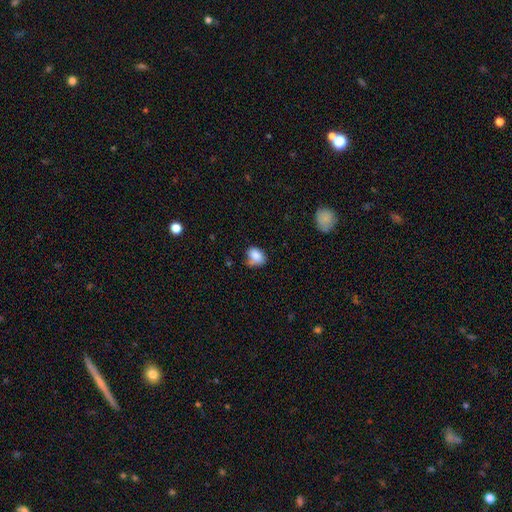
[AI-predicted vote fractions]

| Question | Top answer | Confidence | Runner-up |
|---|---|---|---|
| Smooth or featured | smooth | 83% | star or artifact (9%) |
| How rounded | in between | 63% | round (36%) |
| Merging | none | 47% | minor disturbance (33%) |